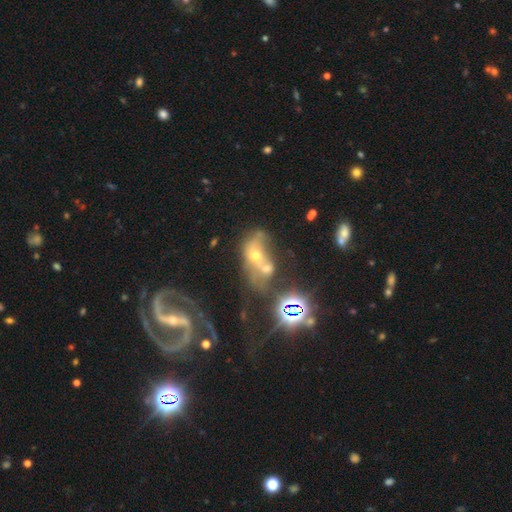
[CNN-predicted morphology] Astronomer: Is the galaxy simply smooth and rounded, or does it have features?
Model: featured or disk — 49% (runner-up: smooth, 28%).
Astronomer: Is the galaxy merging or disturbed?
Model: merger — 59%.